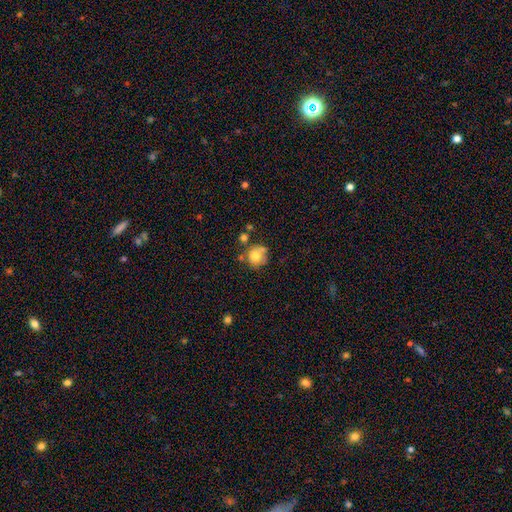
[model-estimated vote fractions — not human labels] Smooth or featured? smooth (71%)
How rounded? round (87%)
Merging? none (57%)